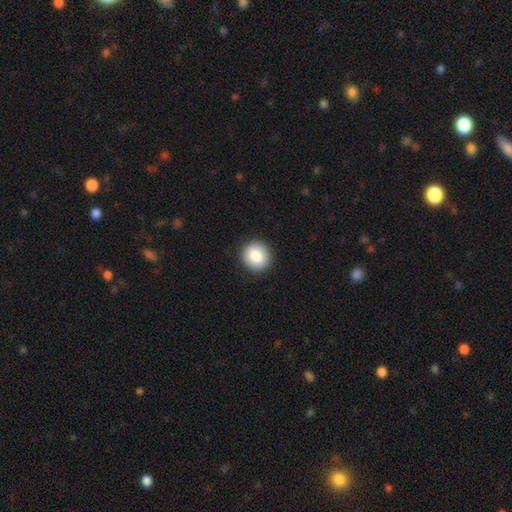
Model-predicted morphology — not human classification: Overall: smooth (86%). How rounded: round (88%). Merging: none (91%).